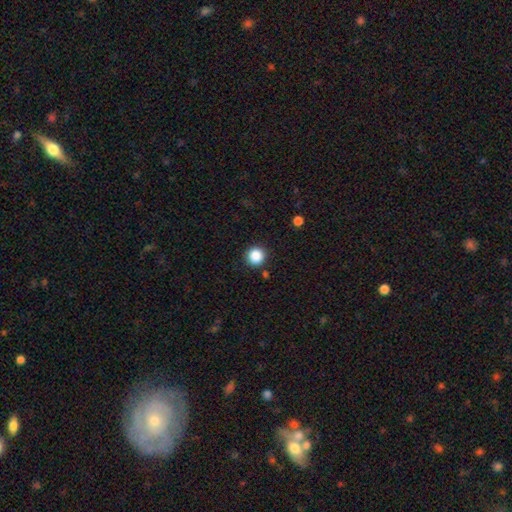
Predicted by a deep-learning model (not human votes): smooth 86%, star or artifact 11%, featured or disk 3%. Down the decision tree: how rounded — round (95%); merging — none (90%).